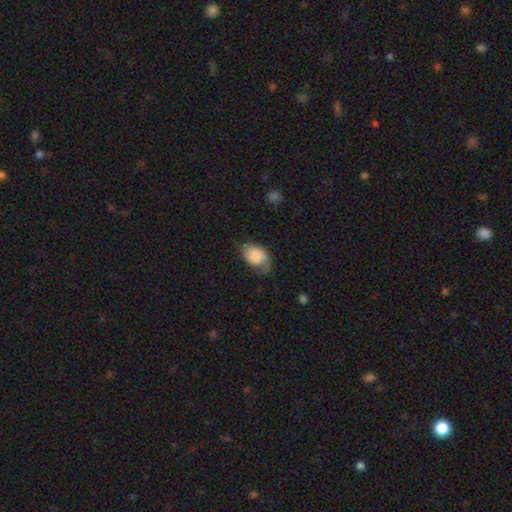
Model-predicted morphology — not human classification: A smooth galaxy with no disk features (77%) that is in between round and cigar-shaped (83%).

Vote fractions:
- Smooth or featured? smooth: 77% / featured or disk: 16% / star or artifact: 7%
- How rounded? in between: 83% / round: 16% / cigar-shaped: 1%
- Merging? none: 42% / minor disturbance: 37% / major disturbance: 19% / merger: 2%